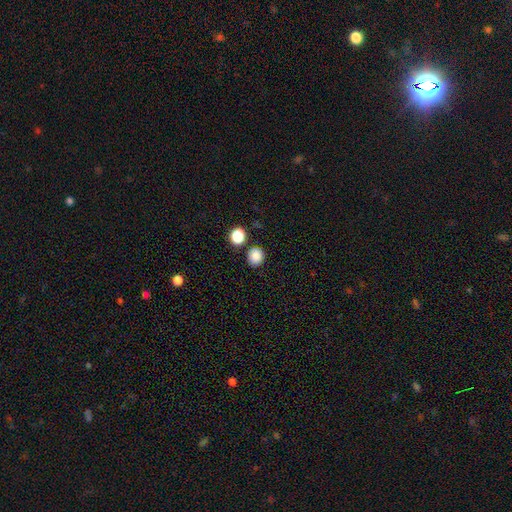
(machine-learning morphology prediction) Smooth or featured: smooth — 85% (star or artifact — 11%)
How rounded: round — 82% (in between — 18%)
Merging: none — 84% (minor disturbance — 8%)